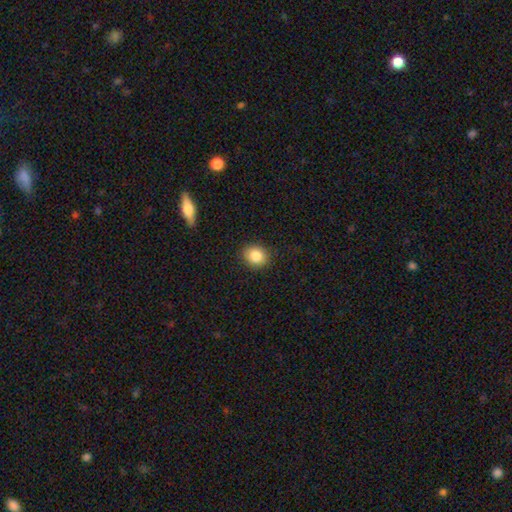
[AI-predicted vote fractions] Smooth or featured? Predicted: smooth (p=0.85). How rounded? Predicted: round (p=0.69). Merging? Predicted: none (p=0.89).